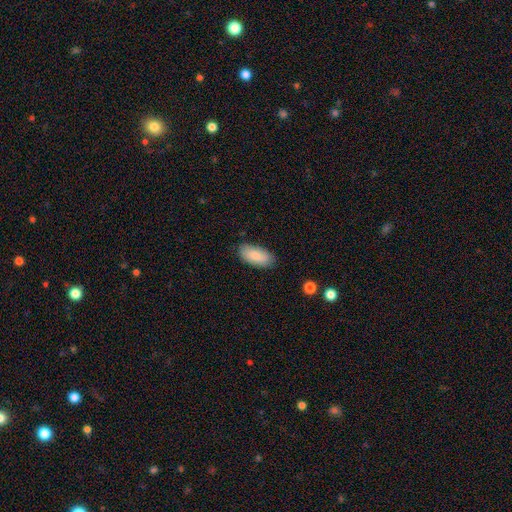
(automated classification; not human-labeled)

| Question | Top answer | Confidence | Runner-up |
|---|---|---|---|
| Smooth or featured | smooth | 84% | featured or disk (10%) |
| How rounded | in between | 92% | cigar-shaped (6%) |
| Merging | none | 82% | minor disturbance (14%) |